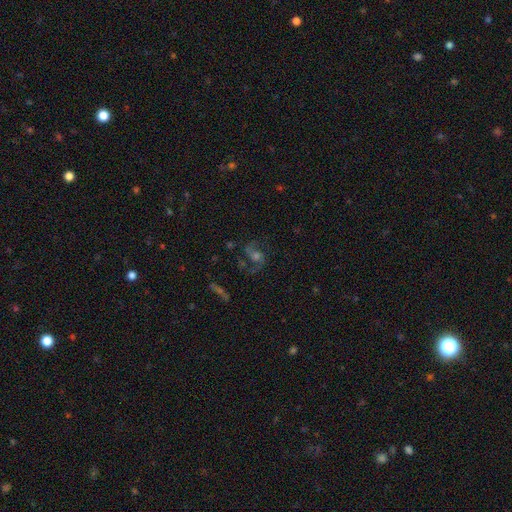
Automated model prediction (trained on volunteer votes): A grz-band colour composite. It shows a featured or disk galaxy (74%) with no bar (54%), 2 (87%) medium (53%) spiral arms (93%) and a moderate central bulge (50%). Merging: none (72%).